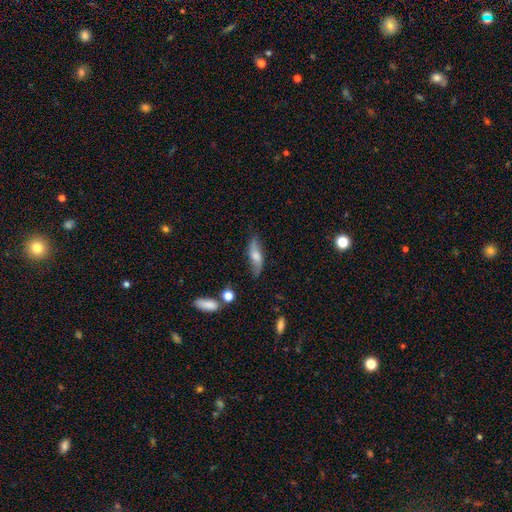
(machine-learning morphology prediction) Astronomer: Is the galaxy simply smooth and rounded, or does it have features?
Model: smooth — 50% (runner-up: featured or disk, 43%).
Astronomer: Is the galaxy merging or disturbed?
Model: none — 72%.